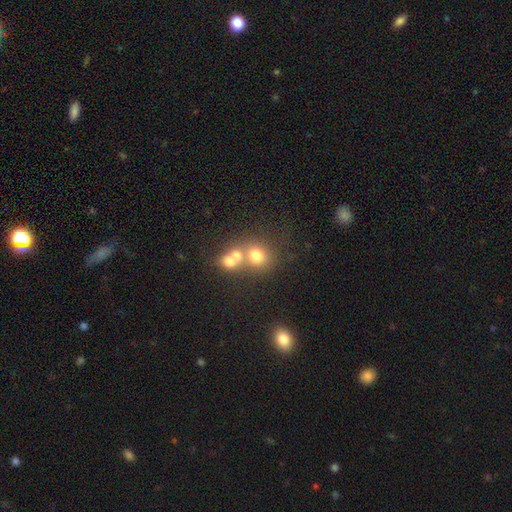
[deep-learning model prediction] This appears to be a smooth galaxy with no disk features (69%) that is round (75%). Merging: merger (54%).